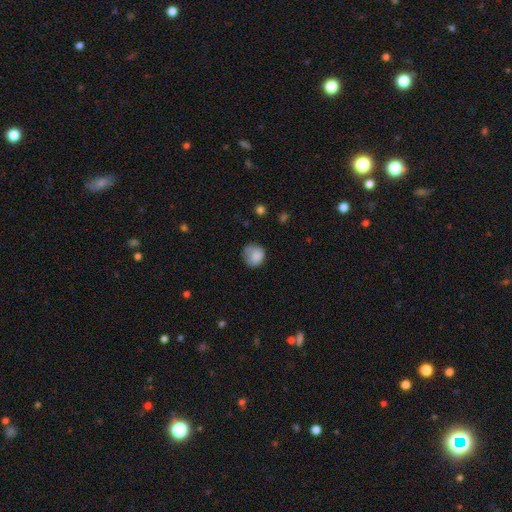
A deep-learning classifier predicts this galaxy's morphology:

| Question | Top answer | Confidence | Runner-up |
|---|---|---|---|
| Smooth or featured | smooth | 82% | featured or disk (9%) |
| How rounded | round | 83% | in between (16%) |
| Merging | none | 62% | minor disturbance (27%) |